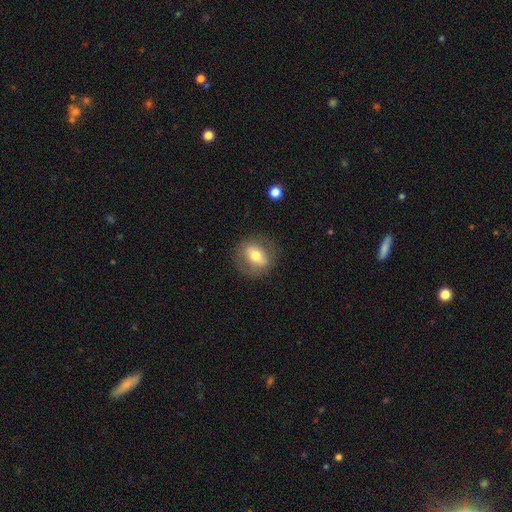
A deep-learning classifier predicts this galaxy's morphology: Smooth or featured?
  - smooth: 55% *
  - featured or disk: 37%
  - star or artifact: 8%
How rounded?
  - round: 56% *
  - in between: 42%
  - cigar-shaped: 2%
Merging?
  - none: 79% *
  - minor disturbance: 14%
  - major disturbance: 6%
  - merger: 1%